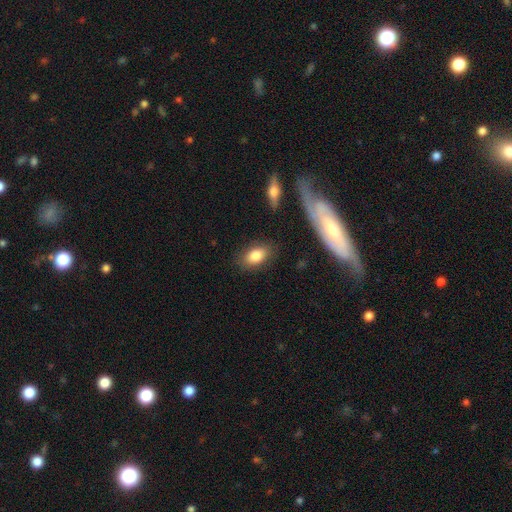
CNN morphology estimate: This appears to be a smooth galaxy with no disk features (83%) that is in between round and cigar-shaped (87%). Merging: none (83%).